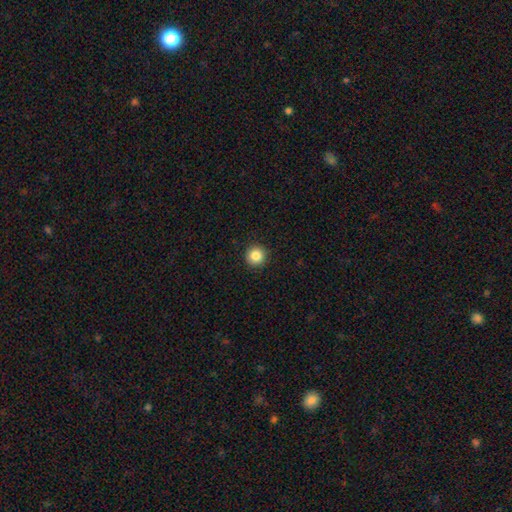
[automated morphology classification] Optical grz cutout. It shows a smooth galaxy with no disk features (86%) that is round (95%). Merging: none (92%).